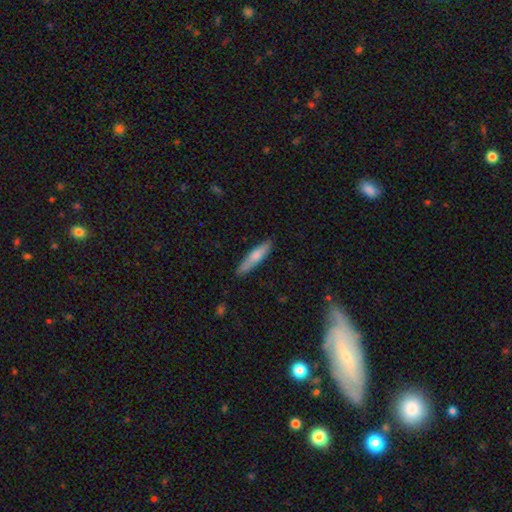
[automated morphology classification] Smooth or featured? smooth (70%)
How rounded? cigar-shaped (86%)
Merging? none (87%)